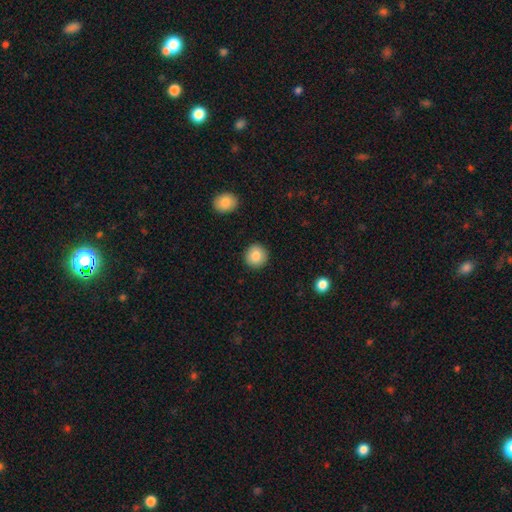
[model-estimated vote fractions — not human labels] Overall: smooth (85%). How rounded: round (93%). Merging: none (92%).